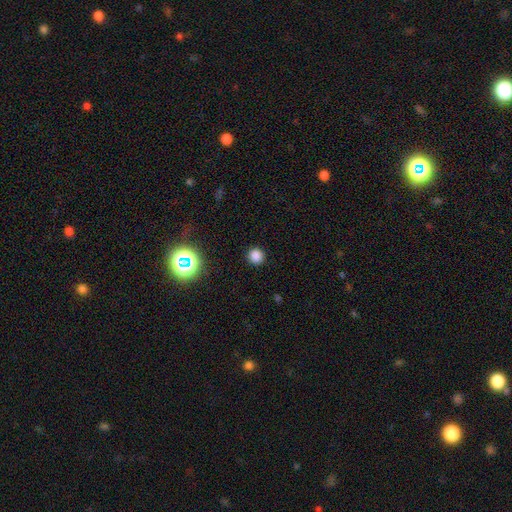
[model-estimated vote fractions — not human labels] Smooth or featured?
  - smooth: 79% *
  - star or artifact: 17%
  - featured or disk: 4%
How rounded?
  - round: 94% *
  - in between: 5%
  - cigar-shaped: 1%
Merging?
  - none: 91% *
  - minor disturbance: 5%
  - major disturbance: 2%
  - merger: 1%